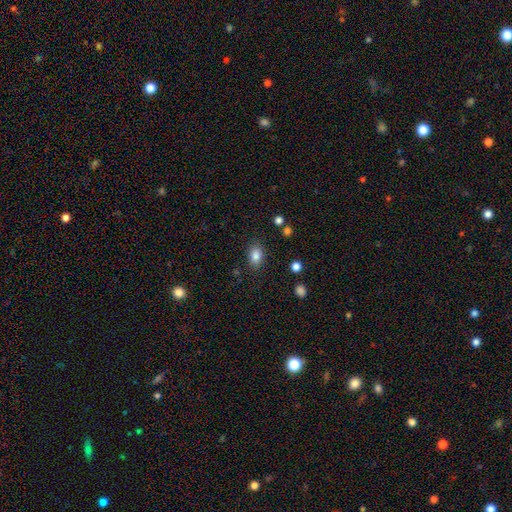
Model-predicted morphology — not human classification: This is clearly a smooth galaxy (84%). How rounded: clearly in between (82%). Merging: clearly none (83%).